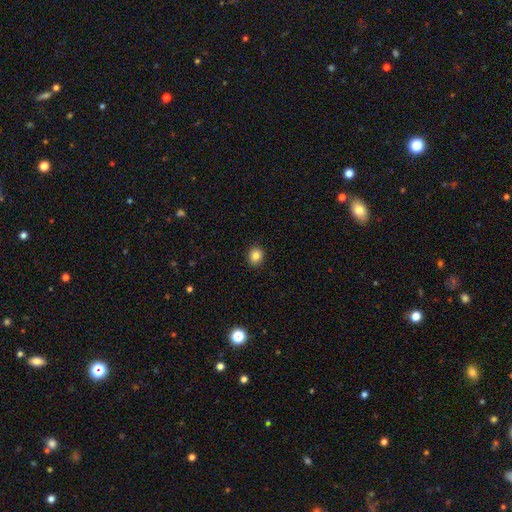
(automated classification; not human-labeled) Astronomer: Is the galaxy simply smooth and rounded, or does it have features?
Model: smooth — 84%.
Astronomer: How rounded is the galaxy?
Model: round — 69%.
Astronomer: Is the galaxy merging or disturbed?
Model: none — 91%.